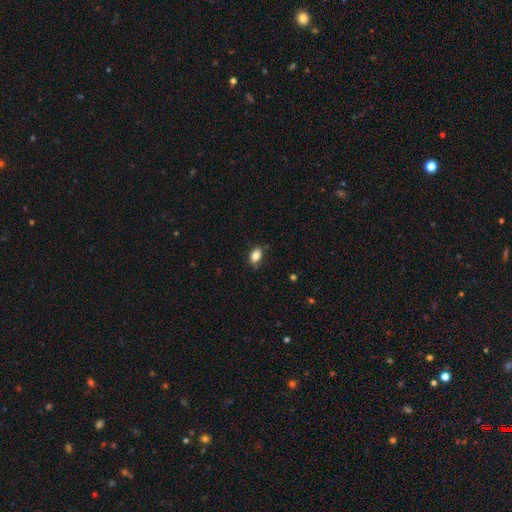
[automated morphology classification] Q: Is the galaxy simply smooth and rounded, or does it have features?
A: smooth — 84%.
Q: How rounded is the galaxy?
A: in between — 84%.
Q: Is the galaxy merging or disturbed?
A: none — 74%.